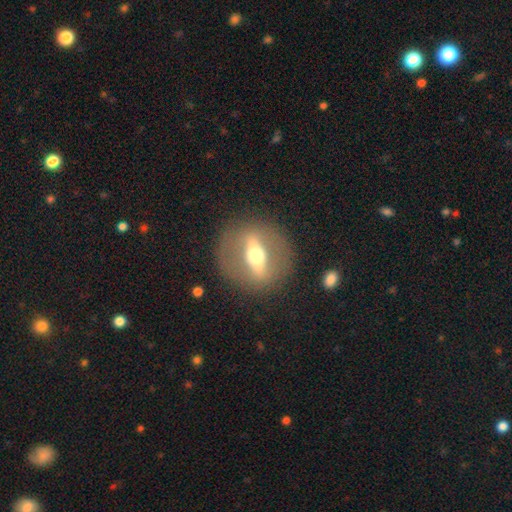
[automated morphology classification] Smooth or featured: featured or disk — 72% (smooth — 22%)
Edge-on disk: no — 53% (yes — 47%)
Merging: none — 85% (minor disturbance — 8%)